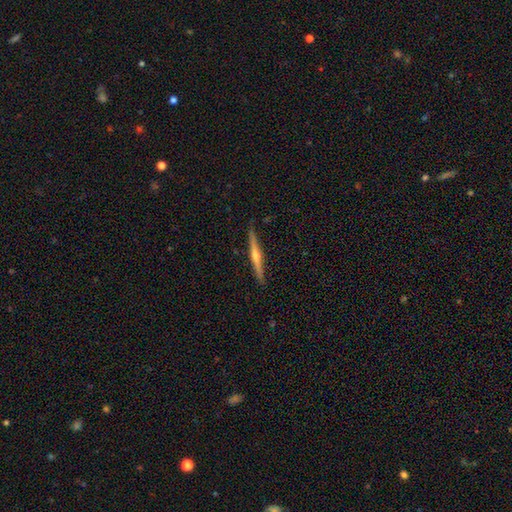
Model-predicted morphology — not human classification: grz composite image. It shows a featured or disk galaxy (76%) viewed edge-on (98%) with a rounded central bulge (88%). Merging: none (90%).